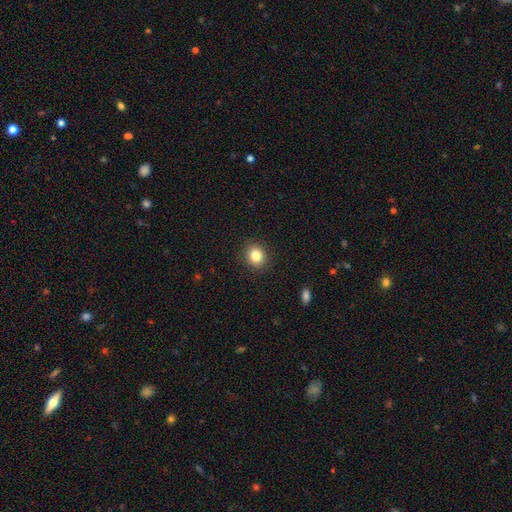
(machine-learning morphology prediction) A smooth galaxy with no disk features (84%) that is round (75%).

Vote fractions:
- Smooth or featured? smooth: 84% / star or artifact: 10% / featured or disk: 6%
- How rounded? round: 75% / in between: 24% / cigar-shaped: 1%
- Merging? none: 90% / minor disturbance: 7% / major disturbance: 2% / merger: 1%